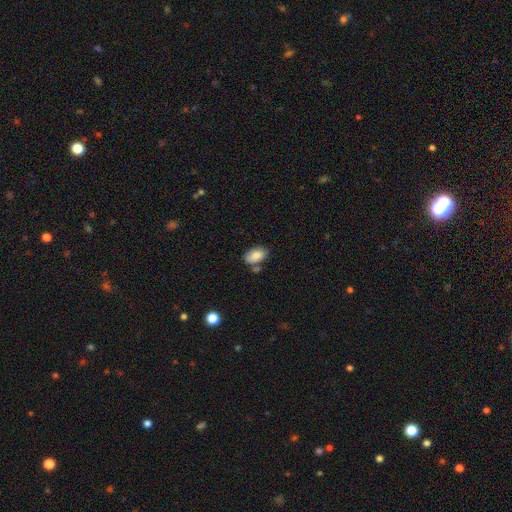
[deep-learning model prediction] This is clearly a smooth galaxy (84%). How rounded: clearly in between (93%). Merging: likely none (64%).